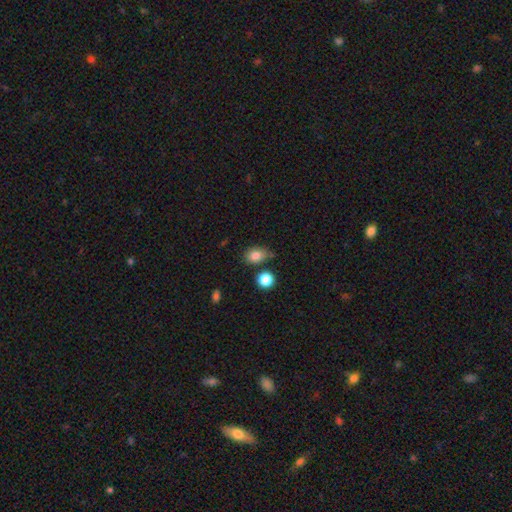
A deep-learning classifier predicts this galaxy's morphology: A smooth galaxy with no disk features (81%) that is in between round and cigar-shaped (62%).

Vote fractions:
- Smooth or featured? smooth: 81% / star or artifact: 10% / featured or disk: 8%
- How rounded? in between: 62% / round: 37% / cigar-shaped: 1%
- Merging? none: 66% / minor disturbance: 20% / merger: 9% / major disturbance: 5%